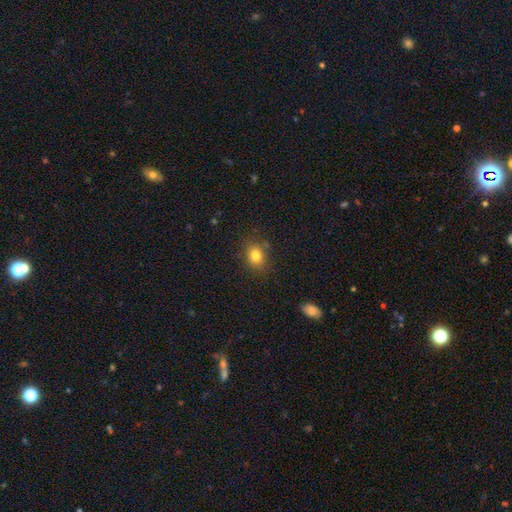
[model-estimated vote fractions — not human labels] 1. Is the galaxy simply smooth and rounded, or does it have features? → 81% smooth, 12% star or artifact, 7% featured or disk.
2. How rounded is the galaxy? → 59% round, 40% in between, 1% cigar-shaped.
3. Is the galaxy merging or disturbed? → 82% none, 12% minor disturbance, 3% major disturbance, 2% merger.